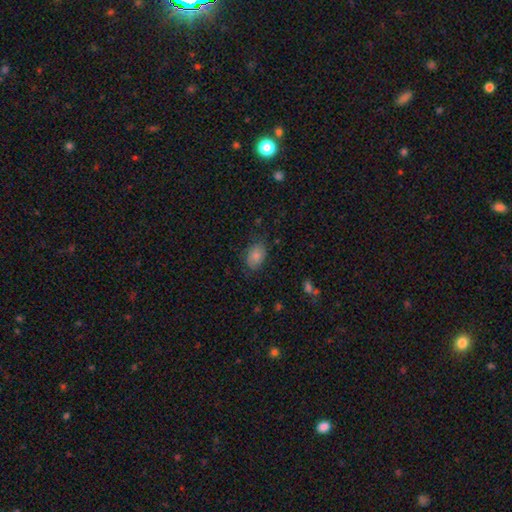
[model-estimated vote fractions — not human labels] This appears to be a smooth galaxy with no disk features (81%) that is in between round and cigar-shaped (83%). Merging: none (72%).